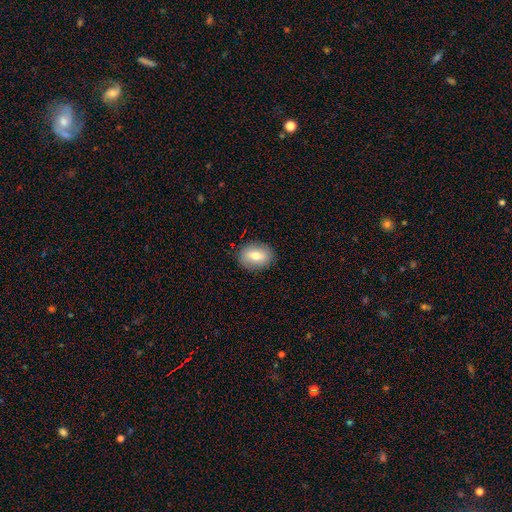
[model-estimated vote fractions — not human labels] Smooth or featured: smooth — 69% (featured or disk — 23%)
How rounded: in between — 67% (round — 31%)
Merging: none — 87% (minor disturbance — 9%)